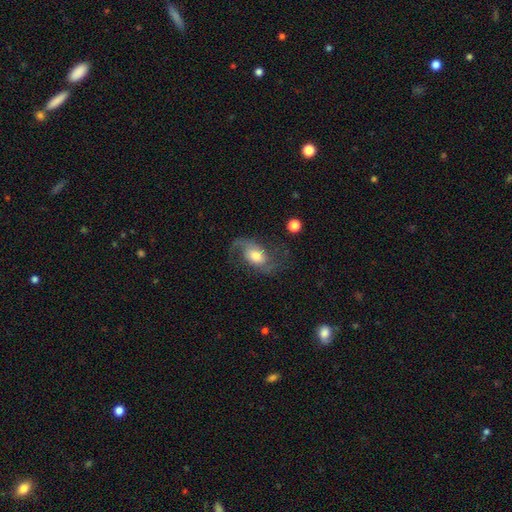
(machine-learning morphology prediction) smooth-or-featured: featured or disk: 74% | smooth: 19% | star or artifact: 7%
  disk-edge-on: no: 96% | yes: 4%
    bar: no: 63% | weak: 31% | strong: 7%
    has-spiral-arms: yes: 93% | no: 7%
      spiral-winding: loose: 57% | medium: 35% | tight: 8%
      spiral-arm-count: 2: 82% | 1: 10% | can't tell: 4% | 3: 2% | 4: 1% | more than 4: 1%
    bulge-size: moderate: 49% | large: 33% | small: 10% | dominant: 5% | none: 3%
  merging: none: 59% | major disturbance: 20% | minor disturbance: 19% | merger: 2%